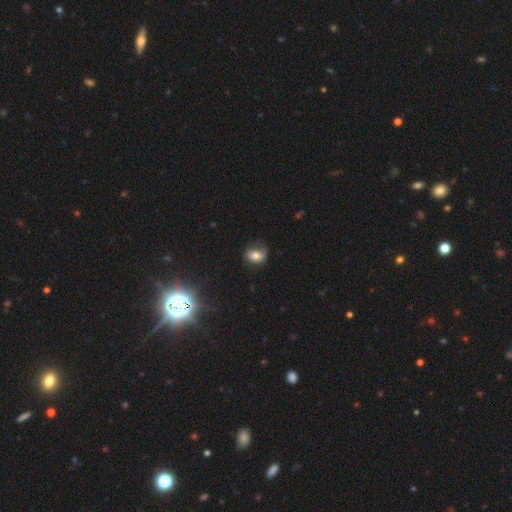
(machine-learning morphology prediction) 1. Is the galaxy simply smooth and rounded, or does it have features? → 69% smooth, 18% featured or disk, 14% star or artifact.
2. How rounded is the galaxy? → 60% in between, 39% round, 1% cigar-shaped.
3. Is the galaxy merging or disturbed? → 67% none, 24% minor disturbance, 7% major disturbance, 1% merger.